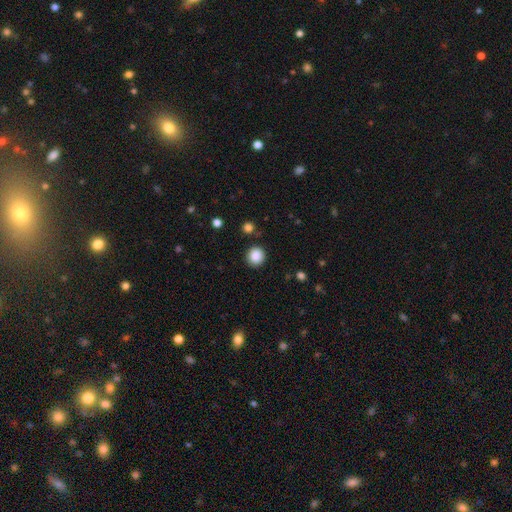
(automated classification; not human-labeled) Smooth or featured? smooth (87%)
How rounded? round (91%)
Merging? none (89%)